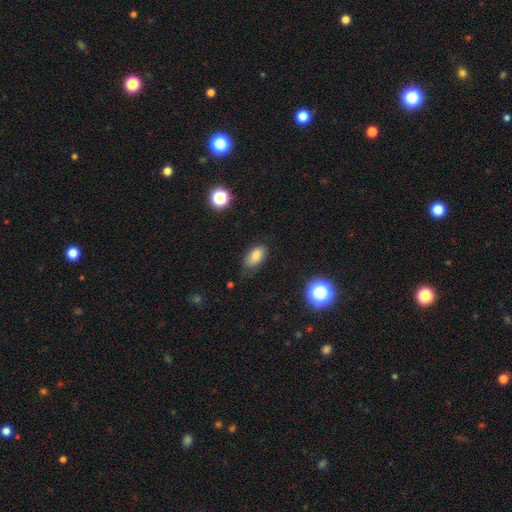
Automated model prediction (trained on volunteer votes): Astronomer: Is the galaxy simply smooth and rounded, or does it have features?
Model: smooth — 82%.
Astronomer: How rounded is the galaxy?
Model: in between — 90%.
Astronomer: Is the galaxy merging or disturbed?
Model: none — 73%.